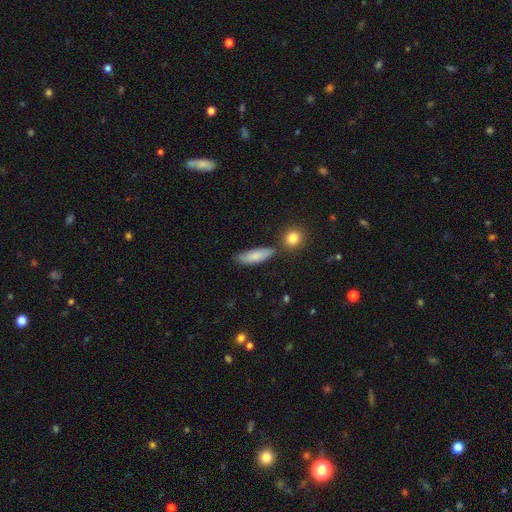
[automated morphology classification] A smooth galaxy with no disk features (81%) that is in between round and cigar-shaped (57%). Merging: none (73%).